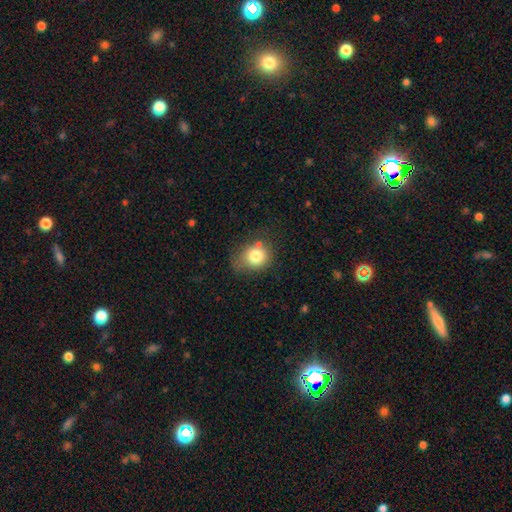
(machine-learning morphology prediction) Overall: smooth (79%). How rounded: round (68%; in between 31%). Merging: none (54%; minor disturbance 28%).